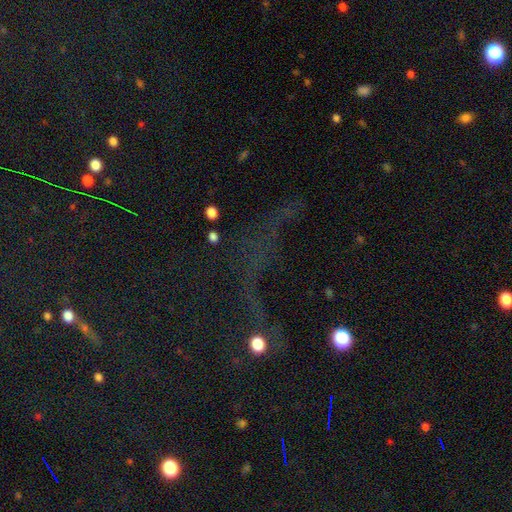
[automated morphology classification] A star or artifact, not a galaxy (70%).

Vote fractions:
- Smooth or featured? star or artifact: 70% / smooth: 17% / featured or disk: 13%